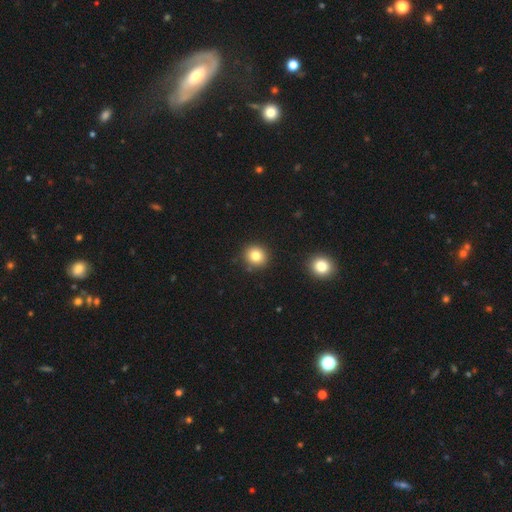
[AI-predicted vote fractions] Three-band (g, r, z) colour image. It shows a smooth galaxy with no disk features (81%) that is round (87%). Merging: none (88%).